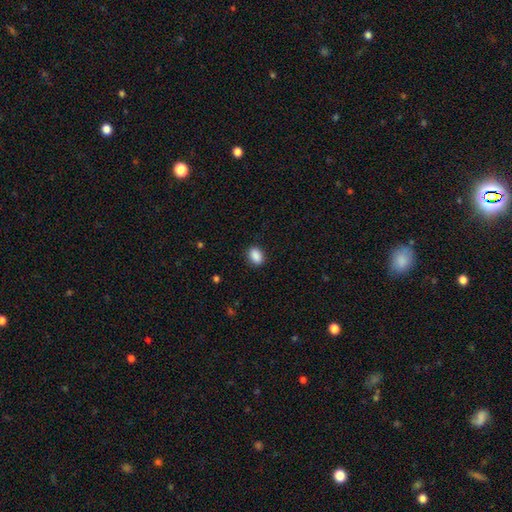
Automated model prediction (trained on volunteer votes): Smooth or featured? smooth (89%)
How rounded? in between (76%)
Merging? none (88%)